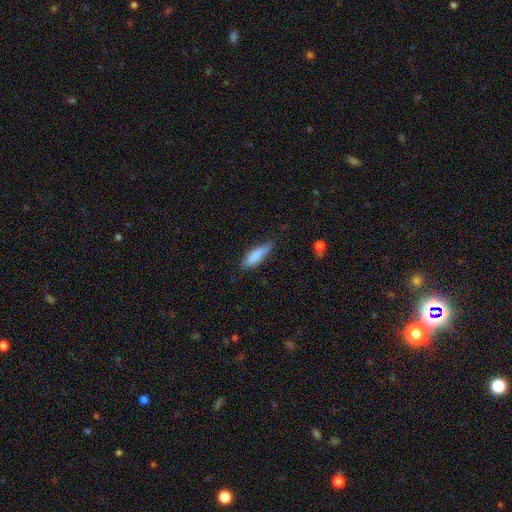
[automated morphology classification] This is clearly a smooth galaxy (84%). How rounded: possibly cigar-shaped (49%, tied with in between). Merging: likely none (62%).